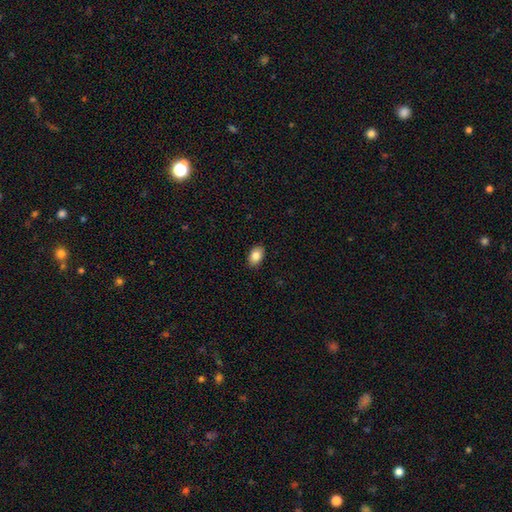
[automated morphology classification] smooth 83%, featured or disk 9%, star or artifact 8%. Down the decision tree: how rounded — in between (86%); merging — none (89%).